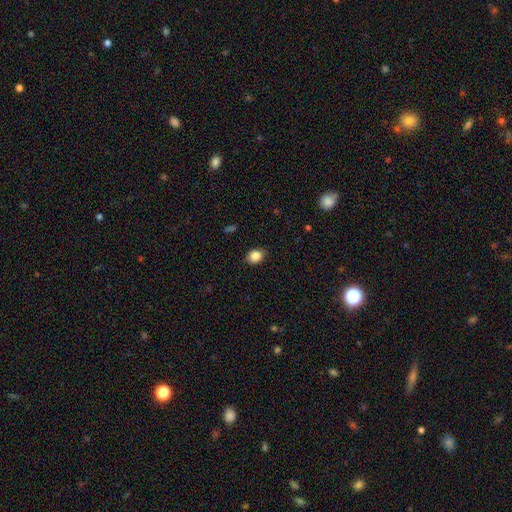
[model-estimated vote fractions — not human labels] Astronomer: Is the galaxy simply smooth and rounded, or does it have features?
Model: smooth — 86%.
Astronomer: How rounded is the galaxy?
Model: in between — 58% (runner-up: round, 41%).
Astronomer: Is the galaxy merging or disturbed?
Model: none — 86%.